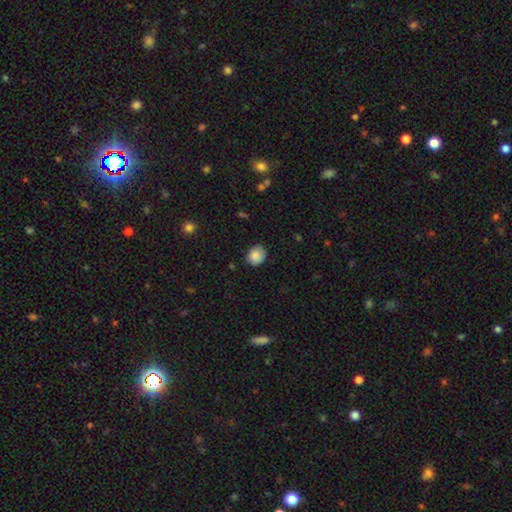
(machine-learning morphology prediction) Smooth or featured? Predicted: smooth (p=0.86). How rounded? Predicted: round (p=0.68). Merging? Predicted: none (p=0.79).